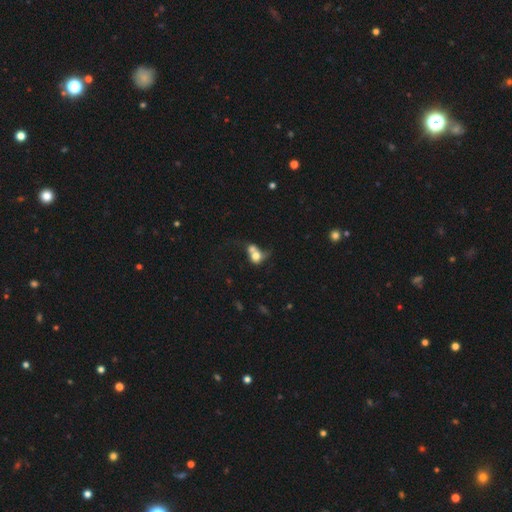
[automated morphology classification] This appears to be a smooth galaxy with no disk features (65%) that is round (59%). Merging: merger (66%).